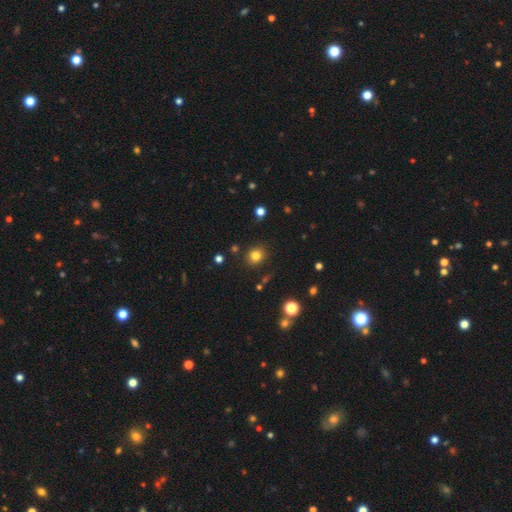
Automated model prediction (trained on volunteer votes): smooth-or-featured: smooth: 81% | star or artifact: 14% | featured or disk: 6%
  how-rounded: round: 81% | in between: 18% | cigar-shaped: 1%
  merging: none: 87% | minor disturbance: 8% | major disturbance: 3% | merger: 3%